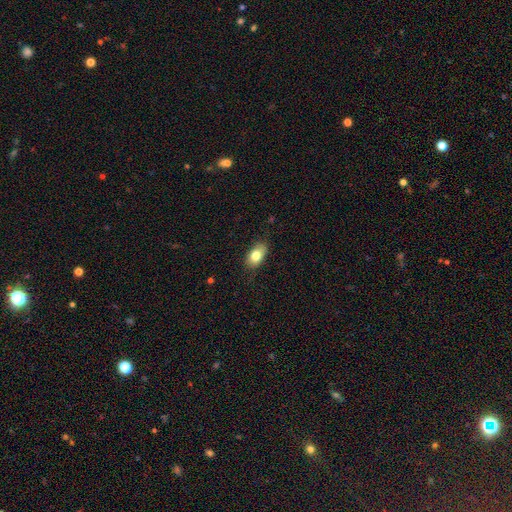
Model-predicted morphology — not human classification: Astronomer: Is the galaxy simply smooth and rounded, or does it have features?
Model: smooth — 81%.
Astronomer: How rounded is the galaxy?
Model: in between — 89%.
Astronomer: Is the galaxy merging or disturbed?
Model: none — 80%.